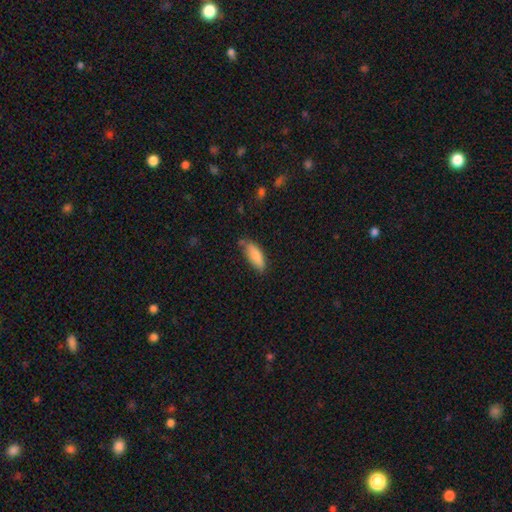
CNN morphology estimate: The model was most divided on "merging": none: 68%, minor disturbance: 24%, merger: 4%, major disturbance: 4%. More confident: smooth or featured — smooth (85%); how rounded — in between (71%).